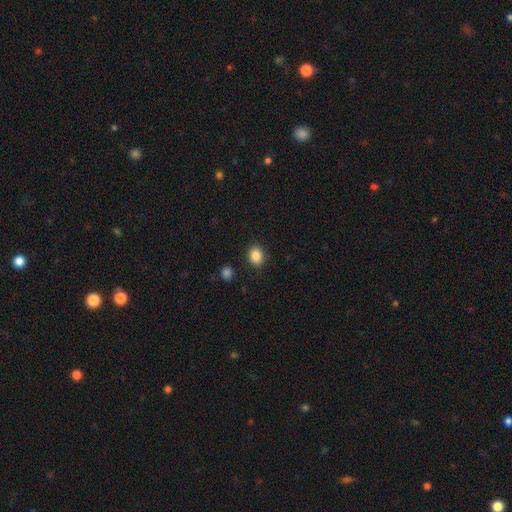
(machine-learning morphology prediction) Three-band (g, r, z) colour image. It shows a smooth galaxy with no disk features (86%) that is round (57%). Merging: none (89%).